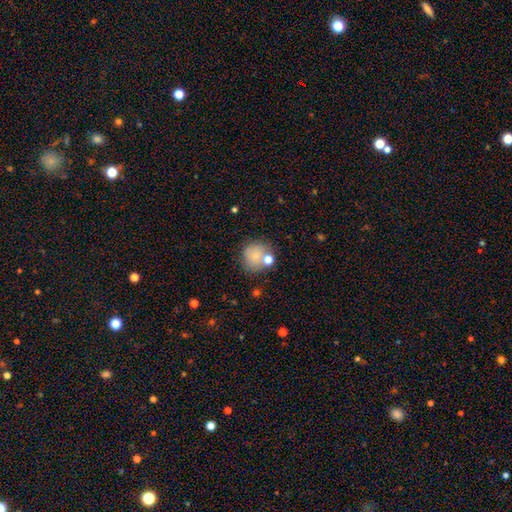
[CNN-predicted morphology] type=smooth (74%); roundness=round (86%); merging=none (60%).